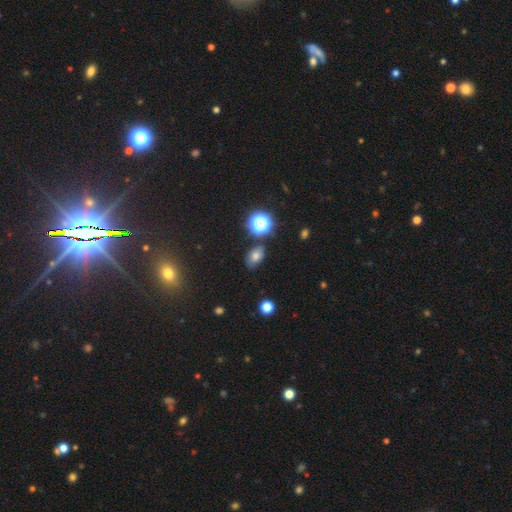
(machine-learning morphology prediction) Overall: smooth (71%). How rounded: in between (78%). Merging: none (77%).